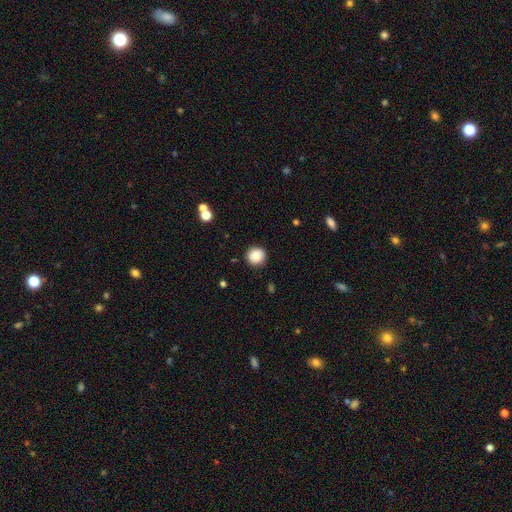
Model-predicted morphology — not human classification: A smooth galaxy with no disk features (86%) that is round (93%). Merging: none (88%).